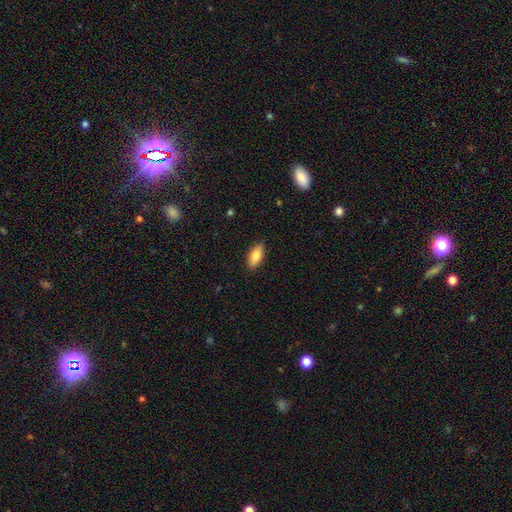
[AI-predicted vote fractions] Overall: smooth (83%). How rounded: in between (84%). Merging: none (88%).